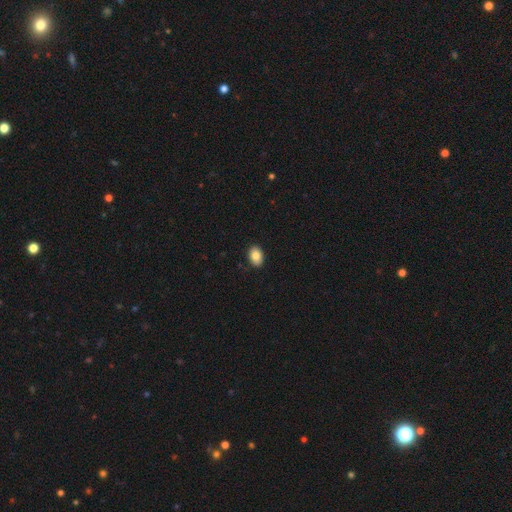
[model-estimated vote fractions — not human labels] Morphology: type=smooth (85%); roundness=in between (83%); merging=none (90%).